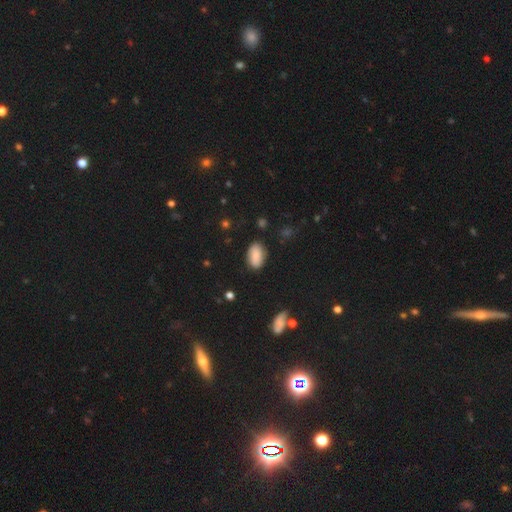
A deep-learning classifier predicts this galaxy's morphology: Smooth or featured?
  - smooth: 83% *
  - featured or disk: 9%
  - star or artifact: 8%
How rounded?
  - in between: 93% *
  - round: 5%
  - cigar-shaped: 2%
Merging?
  - none: 82% *
  - minor disturbance: 13%
  - major disturbance: 3%
  - merger: 2%